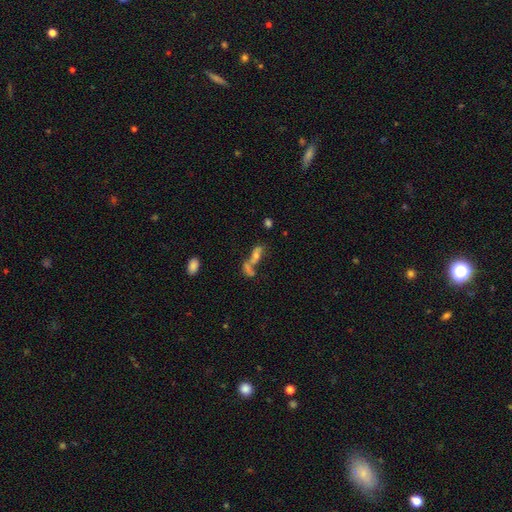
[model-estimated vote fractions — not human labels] A smooth galaxy with no disk features (47%). Merging: merger (49%).